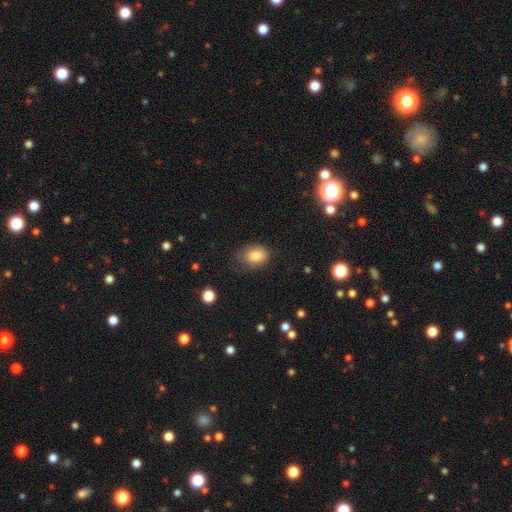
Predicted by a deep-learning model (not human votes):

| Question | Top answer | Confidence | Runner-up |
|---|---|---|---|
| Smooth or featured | smooth | 80% | featured or disk (11%) |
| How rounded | in between | 68% | round (31%) |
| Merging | none | 59% | minor disturbance (30%) |